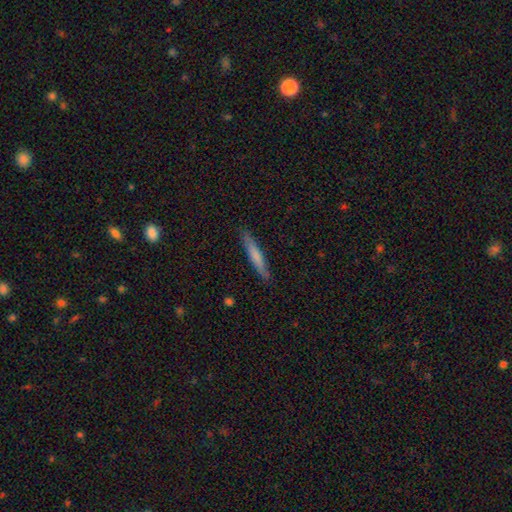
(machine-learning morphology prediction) Smooth or featured?
  - smooth: 69% *
  - featured or disk: 26%
  - star or artifact: 5%
How rounded?
  - cigar-shaped: 94% *
  - in between: 5%
  - round: 1%
Merging?
  - none: 88% *
  - minor disturbance: 9%
  - major disturbance: 2%
  - merger: 1%